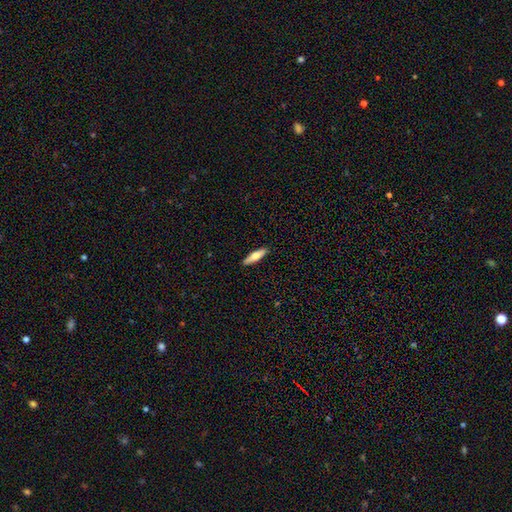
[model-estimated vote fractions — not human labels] Smooth or featured? smooth (57%)
How rounded? cigar-shaped (63%)
Merging? none (90%)